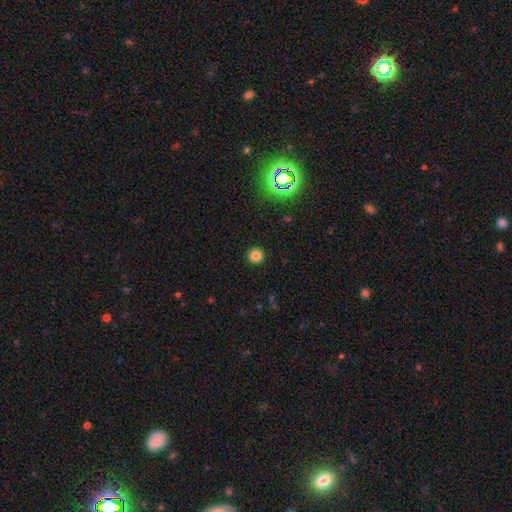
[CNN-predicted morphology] Smooth or featured?
  - smooth: 82% *
  - star or artifact: 14%
  - featured or disk: 4%
How rounded?
  - round: 95% *
  - in between: 4%
  - cigar-shaped: 1%
Merging?
  - none: 93% *
  - minor disturbance: 4%
  - major disturbance: 2%
  - merger: 1%